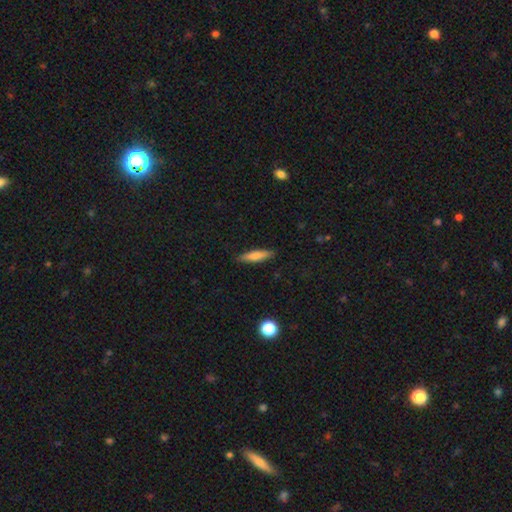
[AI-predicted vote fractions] Smooth or featured: smooth — 72% (featured or disk — 22%)
How rounded: cigar-shaped — 80% (in between — 18%)
Merging: none — 88% (minor disturbance — 9%)